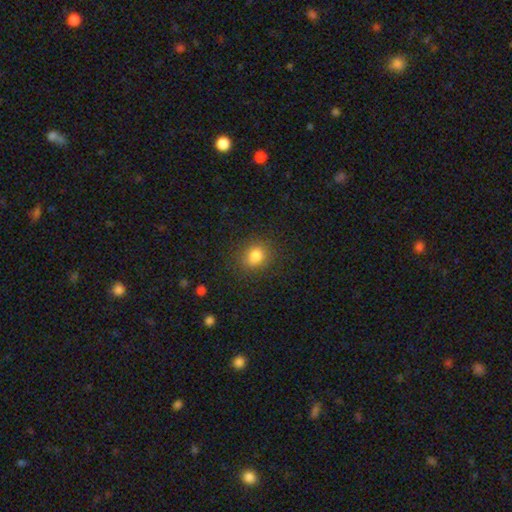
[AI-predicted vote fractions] Q: Smooth or featured?
A: smooth (81%); runner-up: star or artifact (12%)
Q: How rounded?
A: round (66%); runner-up: in between (33%)
Q: Merging?
A: none (84%); runner-up: minor disturbance (11%)